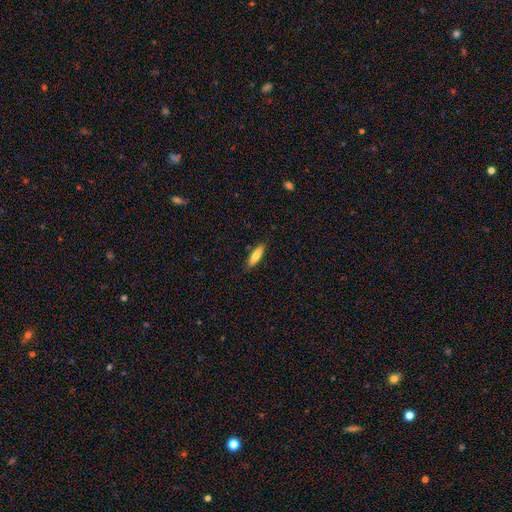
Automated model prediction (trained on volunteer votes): smooth 75%, featured or disk 19%, star or artifact 6%. Down the decision tree: how rounded — cigar-shaped (62%); merging — none (87%).